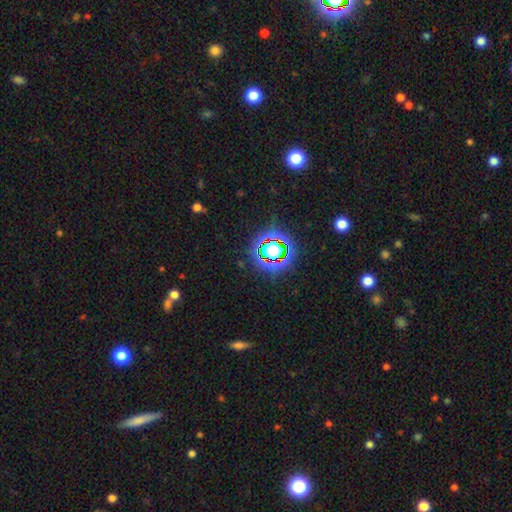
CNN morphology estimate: Smooth or featured?
  - star or artifact: 78% *
  - smooth: 13%
  - featured or disk: 9%